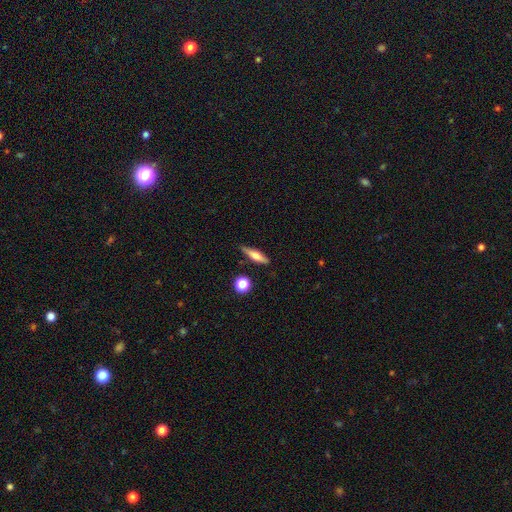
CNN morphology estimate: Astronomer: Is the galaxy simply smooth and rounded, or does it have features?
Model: smooth — 58% (runner-up: featured or disk, 34%).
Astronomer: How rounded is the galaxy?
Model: cigar-shaped — 65%.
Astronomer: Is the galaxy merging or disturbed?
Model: none — 80%.